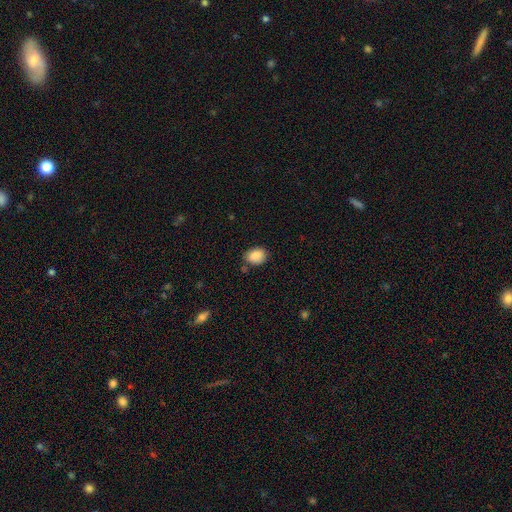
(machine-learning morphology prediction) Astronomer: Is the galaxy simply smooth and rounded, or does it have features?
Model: smooth — 87%.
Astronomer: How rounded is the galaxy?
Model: in between — 71%.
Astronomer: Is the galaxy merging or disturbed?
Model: none — 73%.